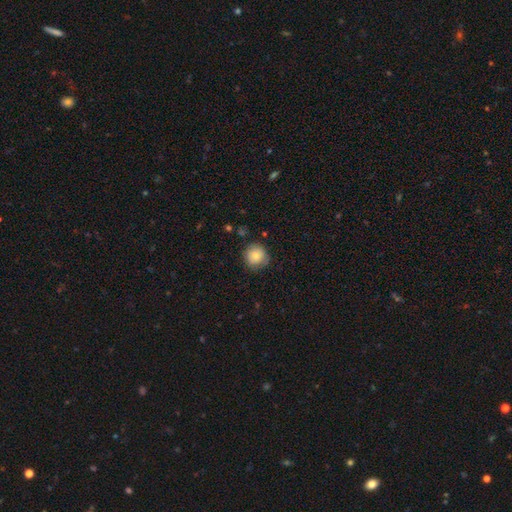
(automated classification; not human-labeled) This is likely a smooth galaxy (80%). How rounded: clearly round (91%). Merging: likely none (78%).